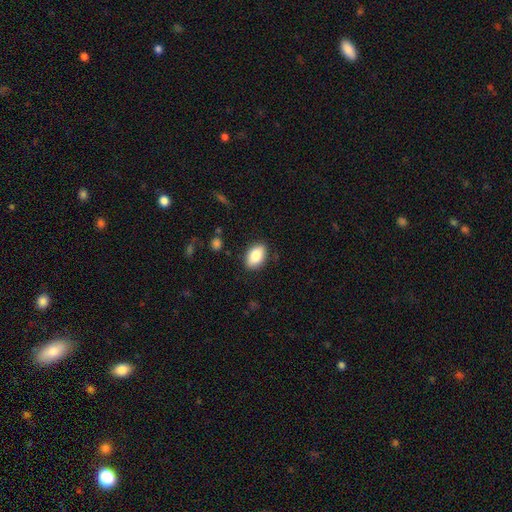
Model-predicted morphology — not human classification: Smooth or featured: smooth — 84% (featured or disk — 9%)
How rounded: in between — 90% (round — 8%)
Merging: none — 86% (minor disturbance — 11%)